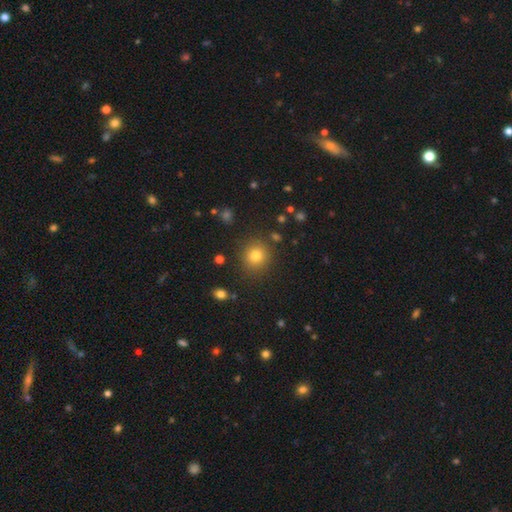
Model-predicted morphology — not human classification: A smooth galaxy with no disk features (80%) that is round (88%). Merging: none (87%).